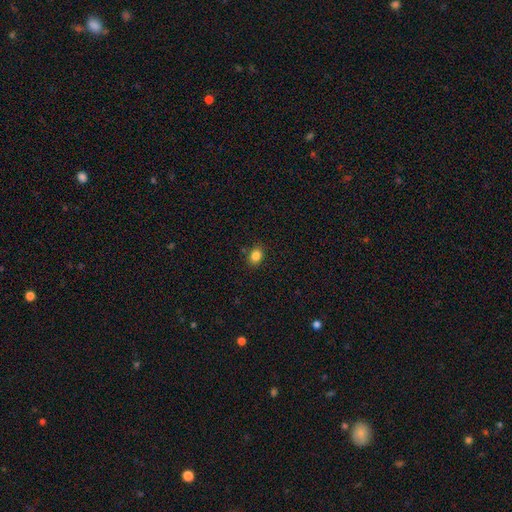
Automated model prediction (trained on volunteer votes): This is clearly a smooth galaxy (84%). How rounded: likely in between (61%). Merging: clearly none (85%).